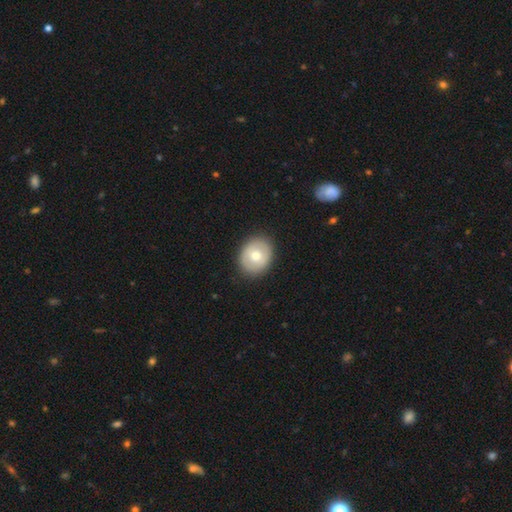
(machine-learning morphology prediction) A smooth galaxy with no disk features (65%) that is round (63%).

Vote fractions:
- Smooth or featured? smooth: 65% / featured or disk: 28% / star or artifact: 7%
- How rounded? round: 63% / in between: 36% / cigar-shaped: 1%
- Merging? none: 88% / minor disturbance: 9% / major disturbance: 2% / merger: 1%